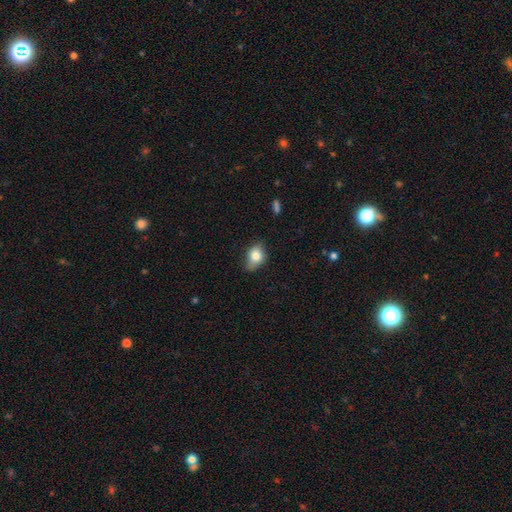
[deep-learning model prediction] Smooth or featured?
  - smooth: 77% *
  - featured or disk: 14%
  - star or artifact: 9%
How rounded?
  - in between: 68% *
  - round: 30%
  - cigar-shaped: 2%
Merging?
  - none: 57% *
  - minor disturbance: 34%
  - major disturbance: 7%
  - merger: 2%